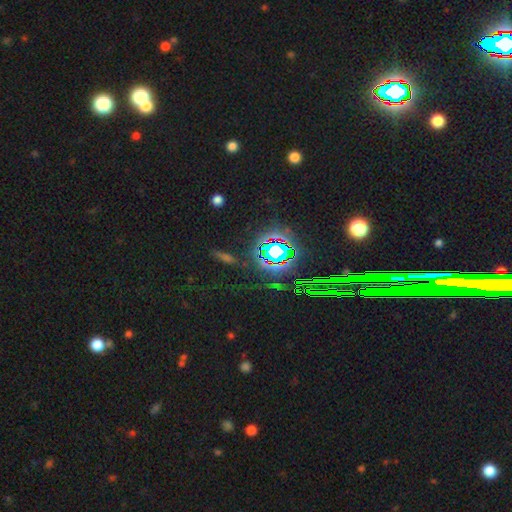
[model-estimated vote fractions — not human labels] star or artifact 81%, smooth 11%, featured or disk 9%.